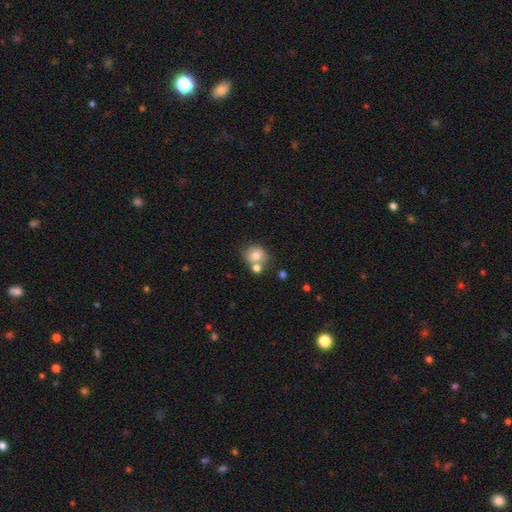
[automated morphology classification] smooth_or_featured: smooth (p=0.78) [alt: featured or disk p=0.11]
how_rounded: round (p=0.79) [alt: in between p=0.20]
merging: none (p=0.57) [alt: merger p=0.29]